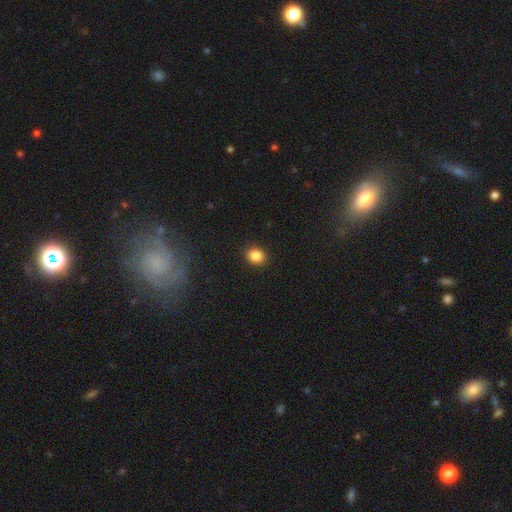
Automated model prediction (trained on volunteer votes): A smooth galaxy with no disk features (86%) that is round (66%). Merging: none (90%).